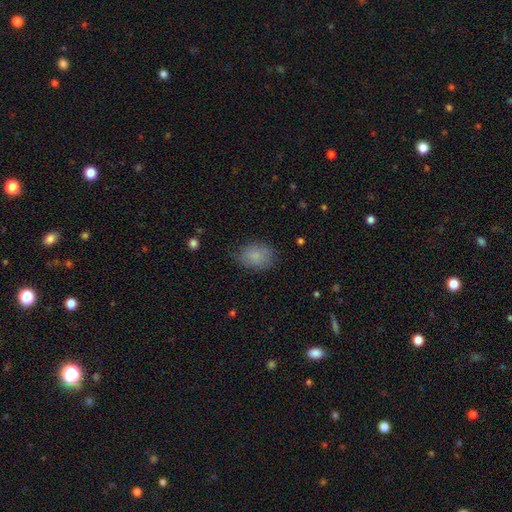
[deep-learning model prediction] Smooth or featured: smooth — 83% (featured or disk — 9%)
How rounded: in between — 73% (round — 25%)
Merging: none — 71% (minor disturbance — 22%)